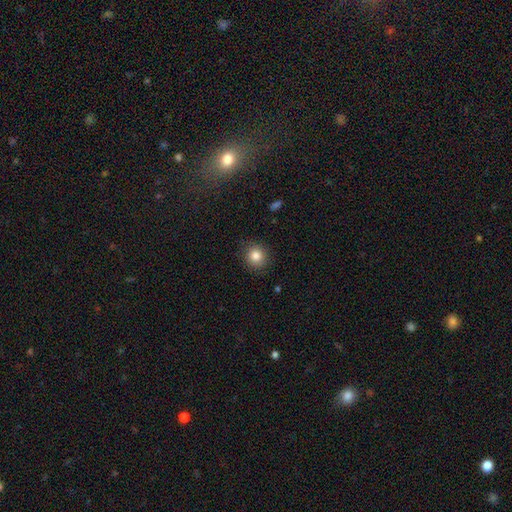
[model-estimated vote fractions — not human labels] The model was most divided on "smooth or featured": smooth: 84%, star or artifact: 11%, featured or disk: 6%. More confident: how rounded — round (90%); merging — none (89%).